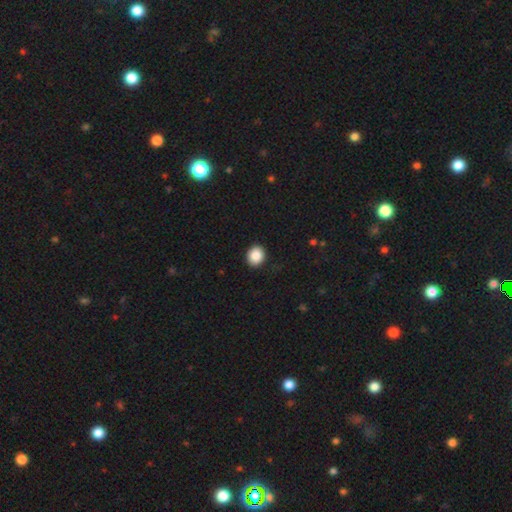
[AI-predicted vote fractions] This is clearly a smooth galaxy (87%). How rounded: likely round (70%). Merging: clearly none (91%).